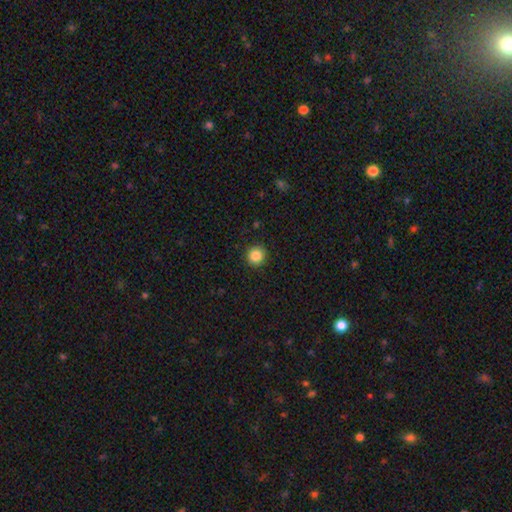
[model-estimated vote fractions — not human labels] smooth 86%, star or artifact 10%, featured or disk 4%. Down the decision tree: how rounded — round (94%); merging — none (92%).